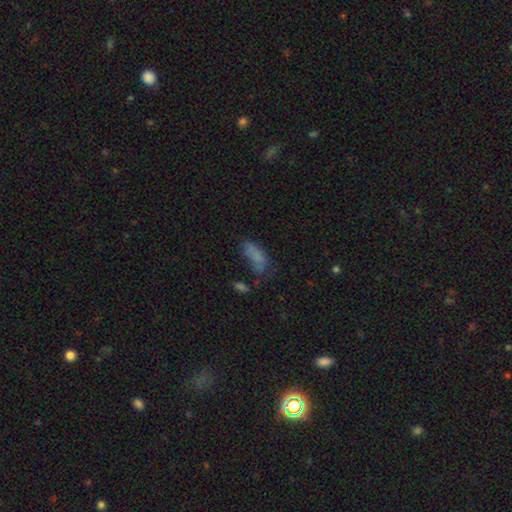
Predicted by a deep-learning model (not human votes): This appears to be a smooth galaxy with no disk features (67%) that is in between round and cigar-shaped (79%). Merging: none (37%).